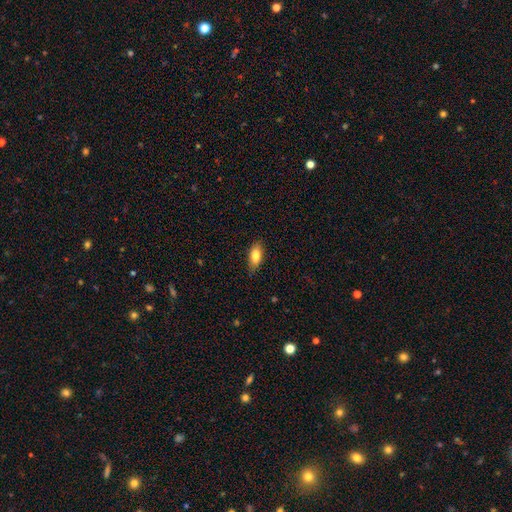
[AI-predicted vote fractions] smooth_or_featured: smooth (p=0.81) [alt: featured or disk p=0.12]
how_rounded: in between (p=0.85) [alt: cigar-shaped p=0.11]
merging: none (p=0.81) [alt: minor disturbance p=0.16]